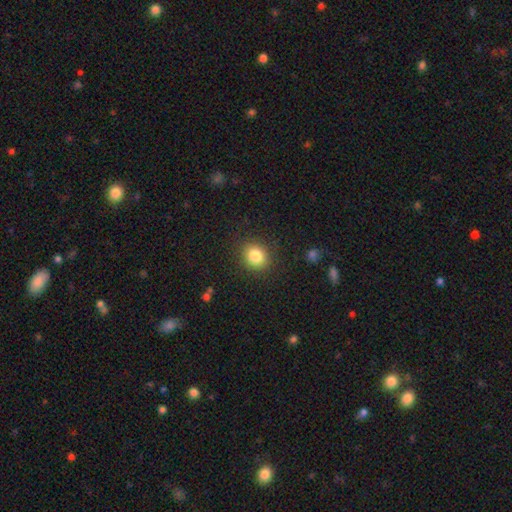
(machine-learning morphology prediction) smooth 84%, star or artifact 10%, featured or disk 6%. Down the decision tree: how rounded — round (72%); merging — none (87%).